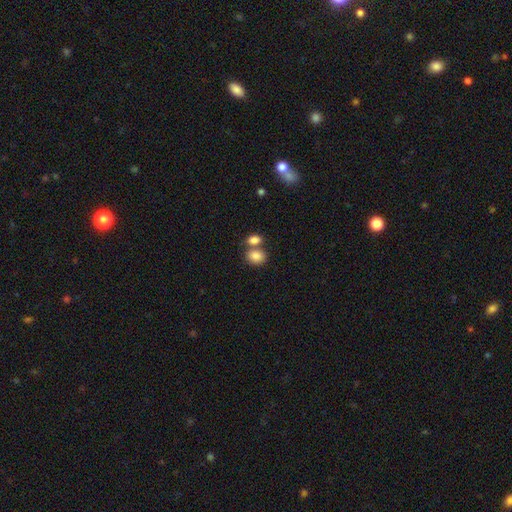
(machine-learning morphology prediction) This is clearly a smooth galaxy (84%). How rounded: possibly in between (59%). Merging: marginally none (44%).